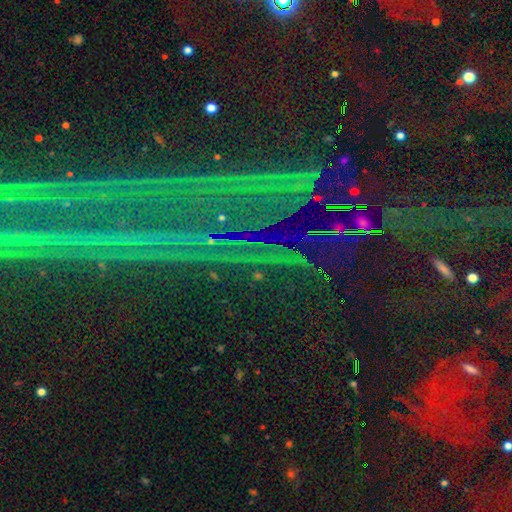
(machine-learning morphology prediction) Q: Smooth or featured?
A: star or artifact (88%); runner-up: featured or disk (6%)